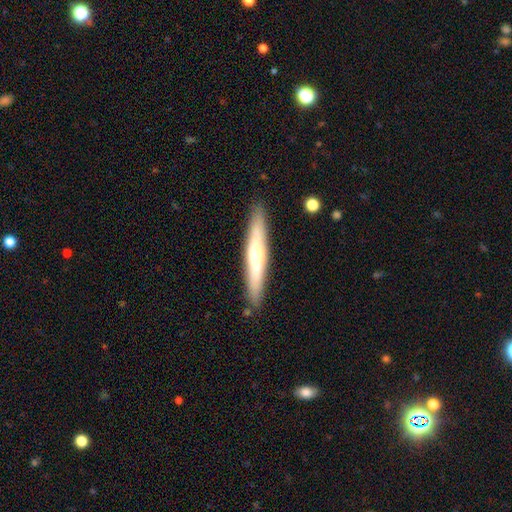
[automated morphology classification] smooth_or_featured: featured or disk (p=0.51) [alt: smooth p=0.44]
disk_edge_on: yes (p=0.88) [alt: no p=0.12]
merging: none (p=0.88) [alt: minor disturbance p=0.08]